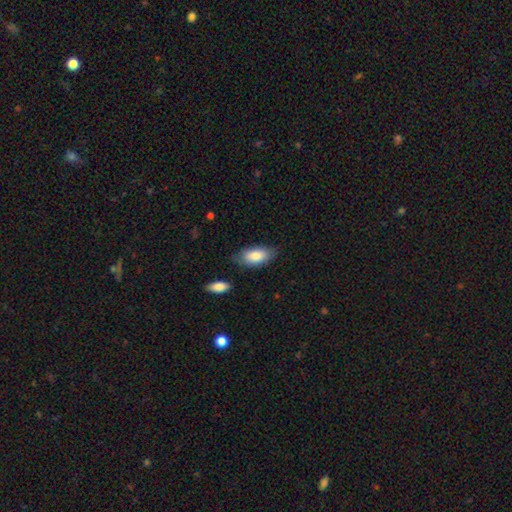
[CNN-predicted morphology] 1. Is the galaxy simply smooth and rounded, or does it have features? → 83% smooth, 11% featured or disk, 6% star or artifact.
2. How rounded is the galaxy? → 91% in between, 6% cigar-shaped, 3% round.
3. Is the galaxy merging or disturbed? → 76% none, 17% minor disturbance, 3% merger, 3% major disturbance.